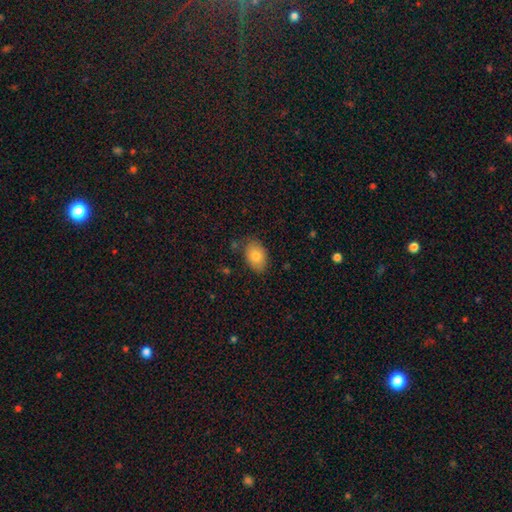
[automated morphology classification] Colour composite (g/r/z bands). It shows a smooth galaxy with no disk features (81%) that is in between round and cigar-shaped (84%). Merging: none (78%).